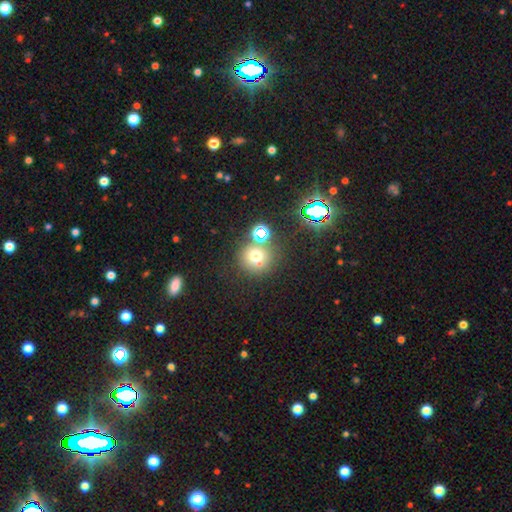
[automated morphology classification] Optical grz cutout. It shows a smooth galaxy with no disk features (63%) that is round (89%). Merging: none (60%).